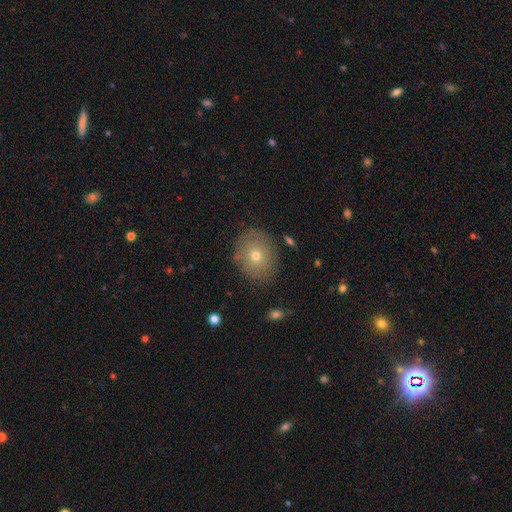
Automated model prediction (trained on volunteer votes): smooth 64%, featured or disk 24%, star or artifact 11%. Down the decision tree: how rounded — round (52%); merging — none (83%).